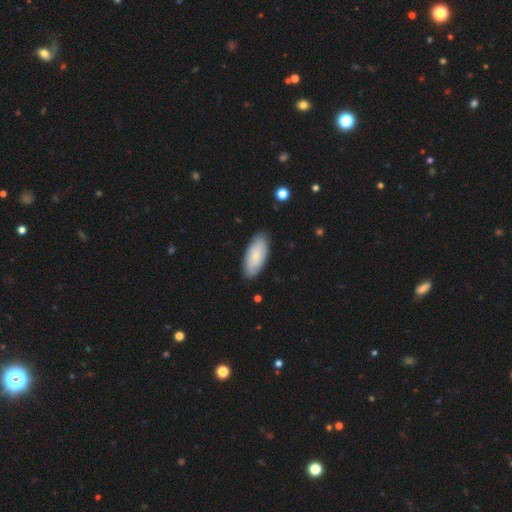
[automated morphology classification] Smooth or featured? Predicted: smooth (p=0.74). How rounded? Predicted: in between (p=0.86). Merging? Predicted: none (p=0.85).